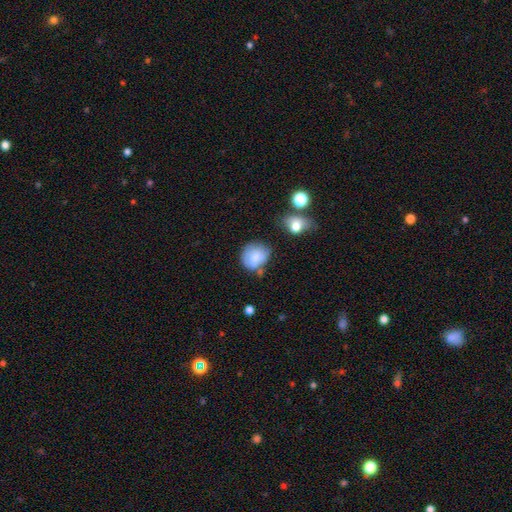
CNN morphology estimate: Overall: smooth (78%). How rounded: round (74%). Merging: none (54%; minor disturbance 29%).